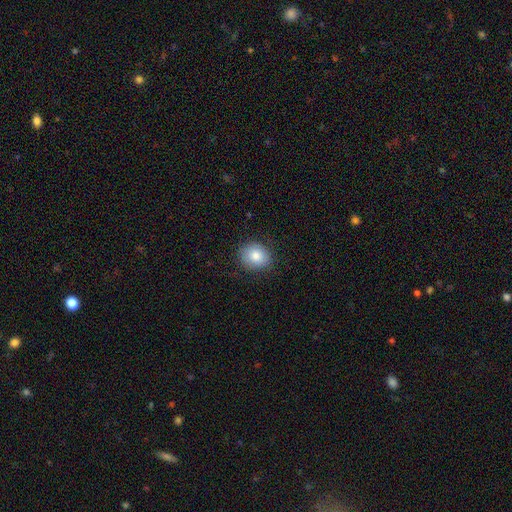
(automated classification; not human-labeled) Smooth or featured?
  - smooth: 83% *
  - featured or disk: 9%
  - star or artifact: 8%
How rounded?
  - round: 67% *
  - in between: 32%
  - cigar-shaped: 1%
Merging?
  - none: 84% *
  - minor disturbance: 12%
  - major disturbance: 3%
  - merger: 1%